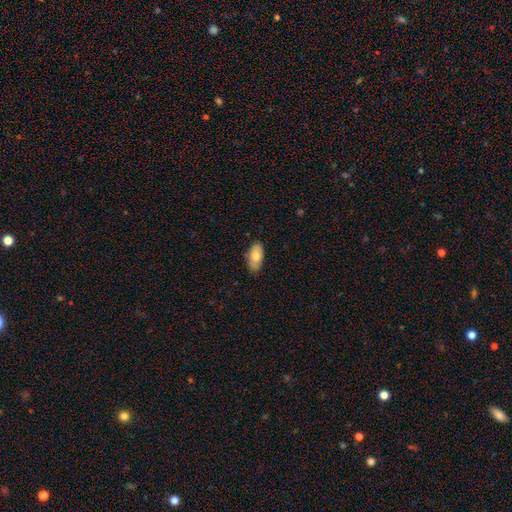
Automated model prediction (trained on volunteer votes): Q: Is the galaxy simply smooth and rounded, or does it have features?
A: smooth — 76%.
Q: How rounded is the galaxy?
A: in between — 91%.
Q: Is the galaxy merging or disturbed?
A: none — 79%.